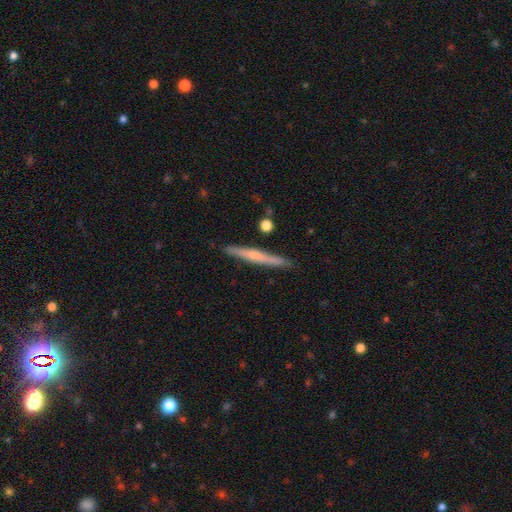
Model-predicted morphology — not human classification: smooth-or-featured: featured or disk: 50% | smooth: 44% | star or artifact: 6%
  disk-edge-on: yes: 97% | no: 3%
  merging: none: 89% | minor disturbance: 8% | merger: 2% | major disturbance: 1%